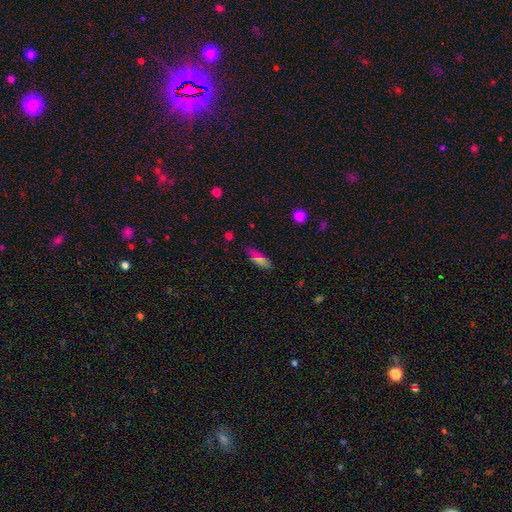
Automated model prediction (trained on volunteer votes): A smooth galaxy with no disk features (64%) that is in between round and cigar-shaped (51%). Merging: none (78%).